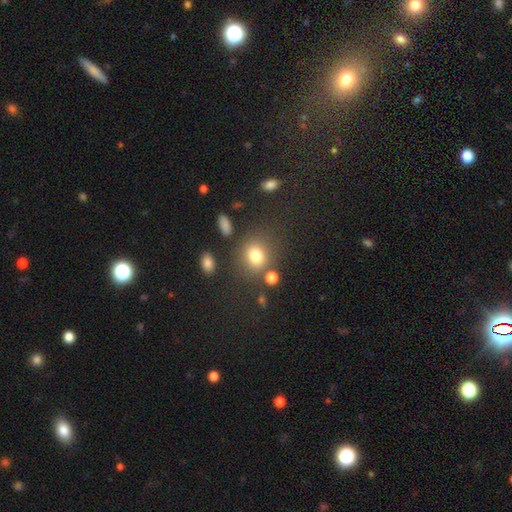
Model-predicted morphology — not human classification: smooth 77%, star or artifact 14%, featured or disk 9%. Down the decision tree: how rounded — round (68%); merging — none (71%).